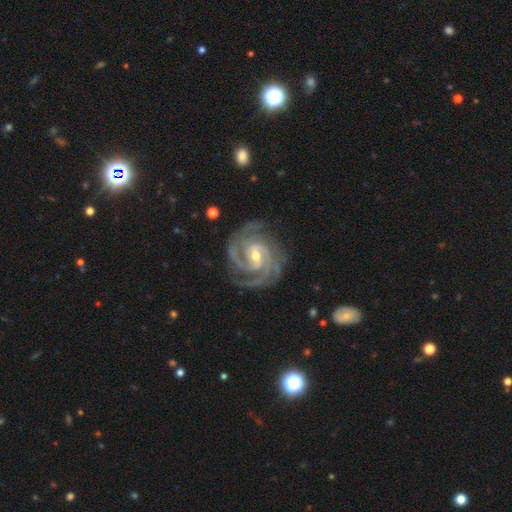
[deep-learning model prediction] smooth_or_featured: featured or disk (p=0.94) [alt: star or artifact p=0.04]
disk_edge_on: no (p=0.98) [alt: yes p=0.02]
bar: weak (p=0.46) [alt: no p=0.28]
has_spiral_arms: yes (p=0.99) [alt: no p=0.01]
spiral_winding: tight (p=0.70) [alt: medium p=0.27]
spiral_arm_count: 3 (p=0.45) [alt: 4 p=0.20]
bulge_size: small (p=0.49) [alt: moderate p=0.48]
merging: none (p=0.80) [alt: minor disturbance p=0.14]